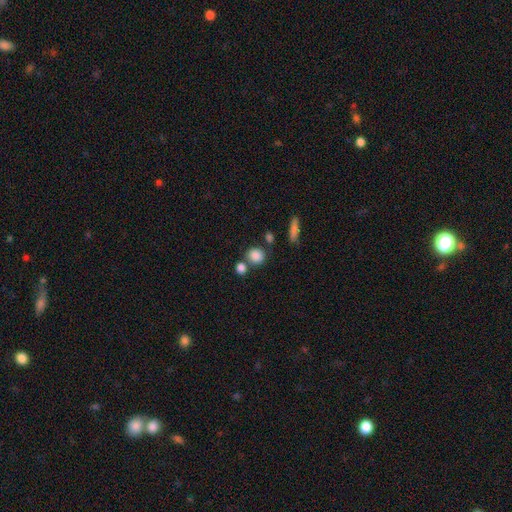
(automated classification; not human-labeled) This appears to be a smooth galaxy with no disk features (85%) that is round (73%). Merging: none (62%).